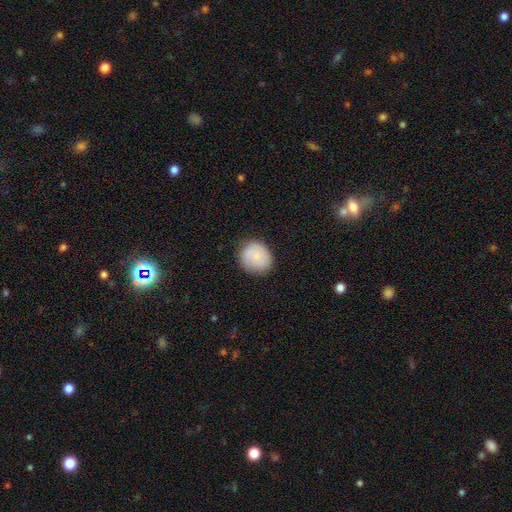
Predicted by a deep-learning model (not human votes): Smooth or featured? Predicted: smooth (p=0.82). How rounded? Predicted: round (p=0.75). Merging? Predicted: none (p=0.81).